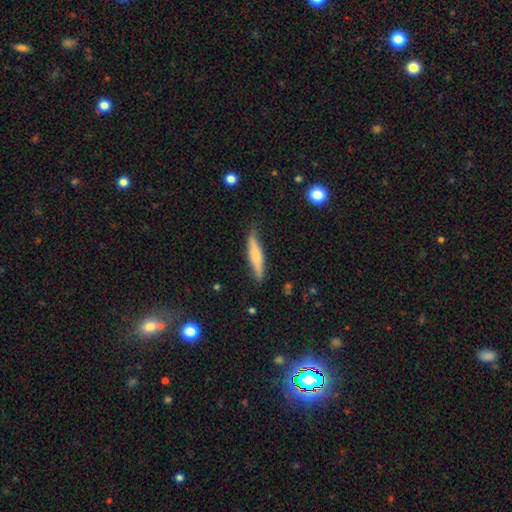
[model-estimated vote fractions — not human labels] Overall: smooth (56%; featured or disk 38%). How rounded: cigar-shaped (85%). Merging: none (80%).